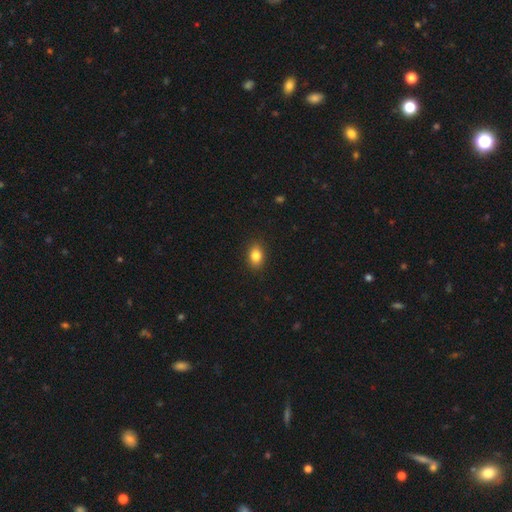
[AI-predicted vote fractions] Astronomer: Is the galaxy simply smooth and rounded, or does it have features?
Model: smooth — 84%.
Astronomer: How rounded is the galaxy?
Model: in between — 76%.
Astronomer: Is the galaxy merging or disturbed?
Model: none — 89%.